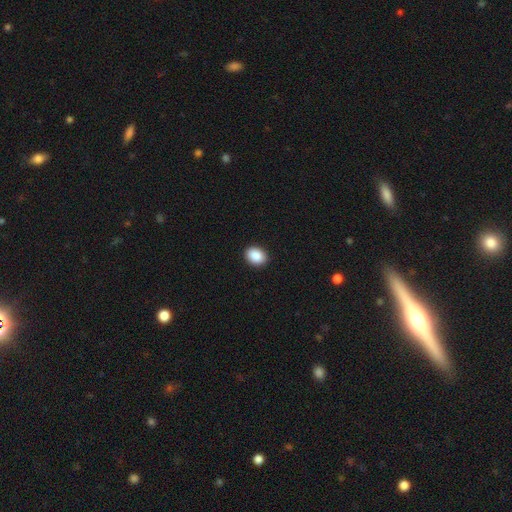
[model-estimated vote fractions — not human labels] Smooth or featured?
  - smooth: 90% *
  - star or artifact: 7%
  - featured or disk: 3%
How rounded?
  - in between: 65% *
  - round: 34%
  - cigar-shaped: 1%
Merging?
  - none: 91% *
  - minor disturbance: 6%
  - major disturbance: 2%
  - merger: 1%